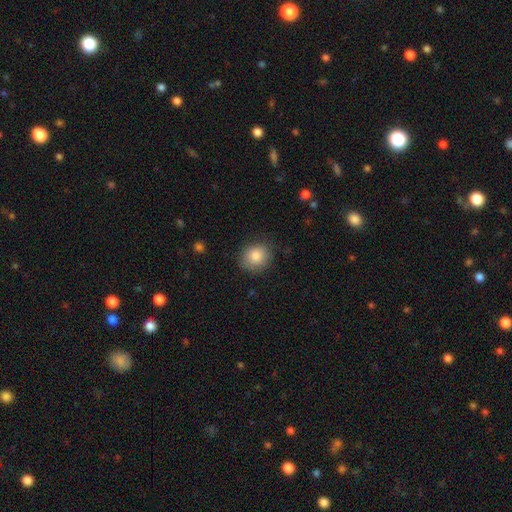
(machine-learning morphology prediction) Q: Smooth or featured?
A: smooth (84%); runner-up: star or artifact (9%)
Q: How rounded?
A: round (75%); runner-up: in between (24%)
Q: Merging?
A: none (82%); runner-up: minor disturbance (14%)